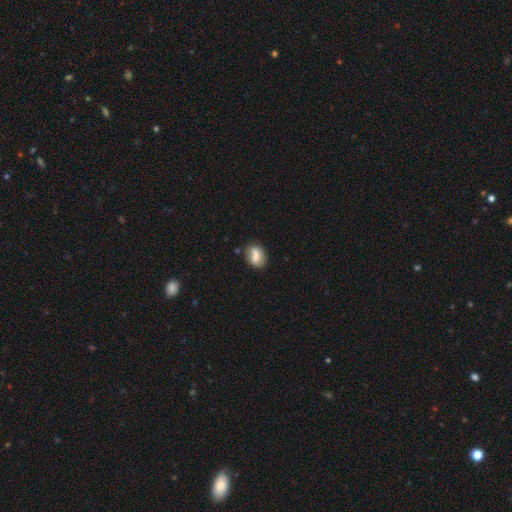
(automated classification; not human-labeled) smooth 74%, featured or disk 17%, star or artifact 8%. Down the decision tree: how rounded — in between (75%); merging — none (65%).